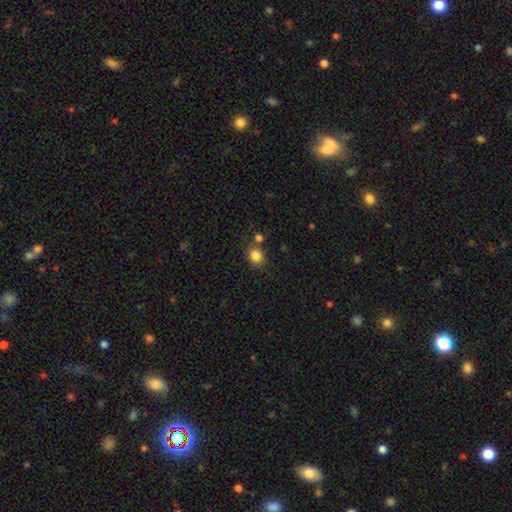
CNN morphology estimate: smooth 83%, star or artifact 12%, featured or disk 5%. Down the decision tree: how rounded — round (77%); merging — none (74%).